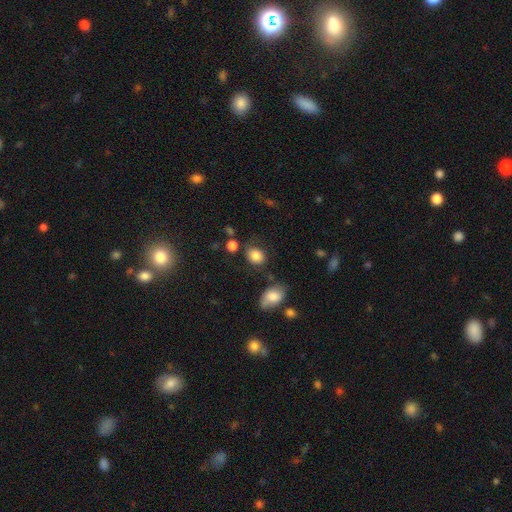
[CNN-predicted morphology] Overall: smooth (84%). How rounded: round (54%; in between 45%). Merging: none (70%).